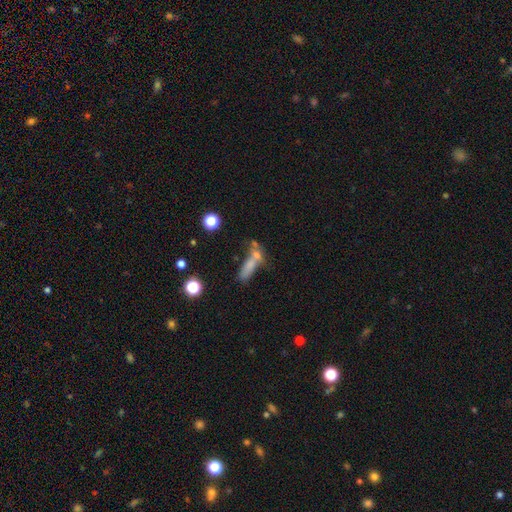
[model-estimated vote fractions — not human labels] Q: Smooth or featured?
A: smooth (44%); runner-up: featured or disk (33%)
Q: Merging?
A: none (43%); runner-up: merger (32%)